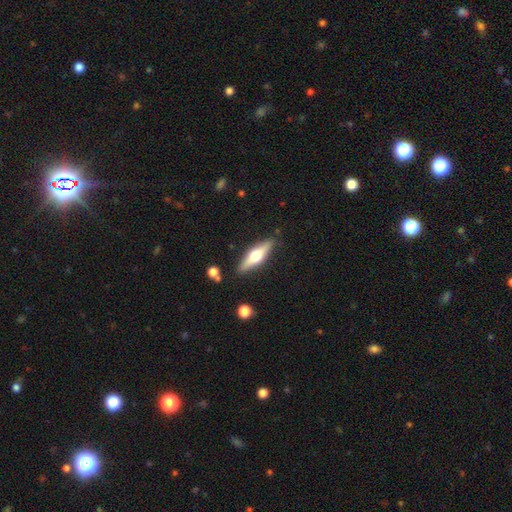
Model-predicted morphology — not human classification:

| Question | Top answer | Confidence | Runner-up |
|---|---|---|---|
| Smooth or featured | featured or disk | 59% | smooth (36%) |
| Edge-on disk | yes | 94% | no (6%) |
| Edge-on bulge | rounded | 94% | boxy (4%) |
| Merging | none | 86% | minor disturbance (10%) |